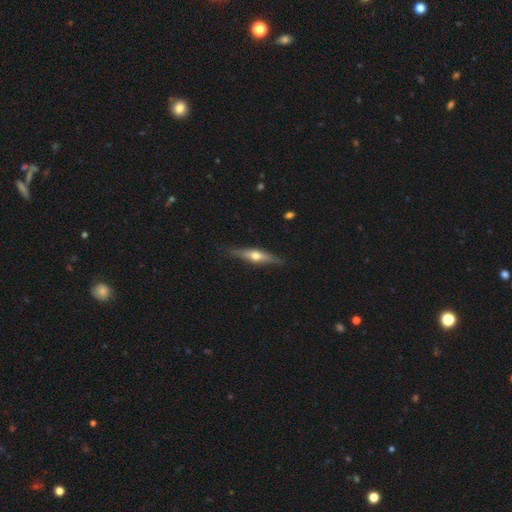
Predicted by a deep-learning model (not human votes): A featured or disk galaxy (64%) viewed edge-on (95%) with a rounded central bulge (93%). Merging: none (86%).